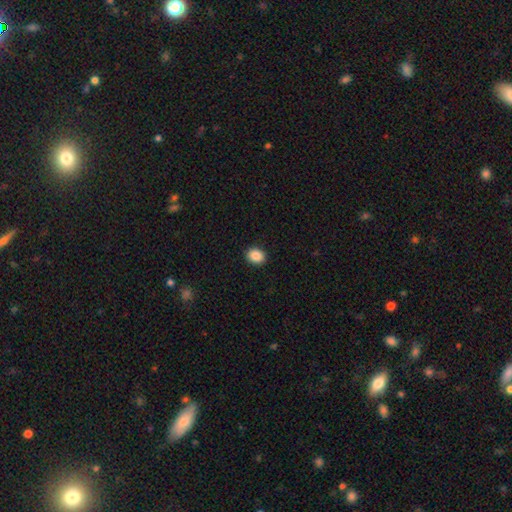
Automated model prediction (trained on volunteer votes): Q: Smooth or featured?
A: smooth (87%); runner-up: star or artifact (9%)
Q: How rounded?
A: round (58%); runner-up: in between (41%)
Q: Merging?
A: none (92%); runner-up: minor disturbance (6%)